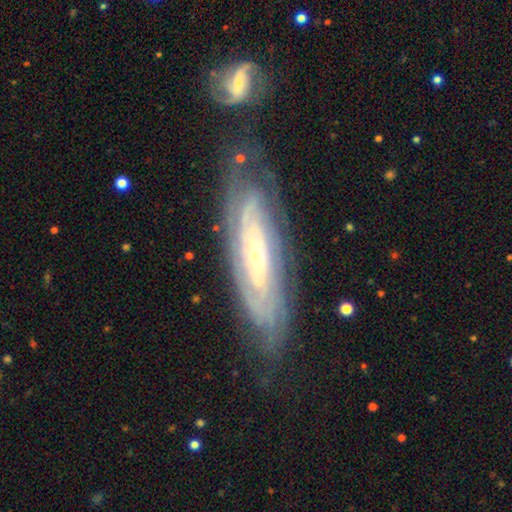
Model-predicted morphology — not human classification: Smooth or featured? Predicted: featured or disk (p=0.83). Edge-on disk? Predicted: no (p=0.82). Bar? Predicted: no (p=0.68). Spiral arms? Predicted: yes (p=0.92). Spiral winding? Predicted: tight (p=0.79). Spiral arm count? Predicted: can't tell (p=0.54). Bulge size? Predicted: small (p=0.71). Merging? Predicted: none (p=0.73).